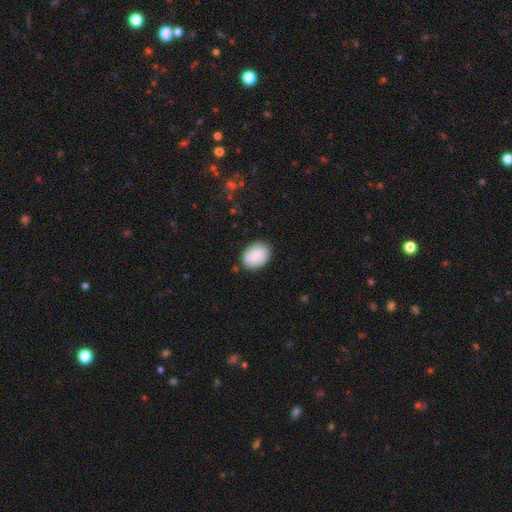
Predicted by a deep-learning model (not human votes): smooth_or_featured: smooth (p=0.74) [alt: featured or disk p=0.20]
how_rounded: in between (p=0.69) [alt: round p=0.30]
merging: none (p=0.84) [alt: minor disturbance p=0.12]